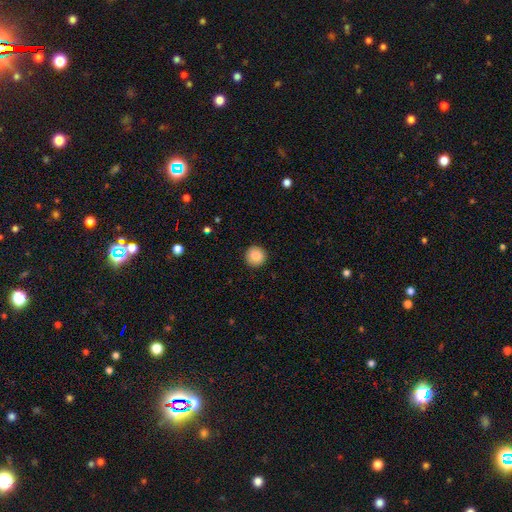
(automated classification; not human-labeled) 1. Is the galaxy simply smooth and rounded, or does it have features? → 85% smooth, 8% star or artifact, 7% featured or disk.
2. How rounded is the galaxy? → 96% round, 3% in between, 1% cigar-shaped.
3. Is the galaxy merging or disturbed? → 93% none, 5% minor disturbance, 2% major disturbance, 1% merger.